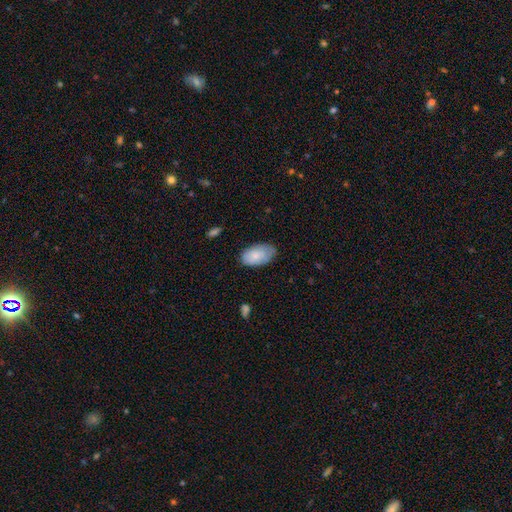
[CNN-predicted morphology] This appears to be a smooth galaxy with no disk features (80%) that is in between round and cigar-shaped (95%). Merging: none (75%).